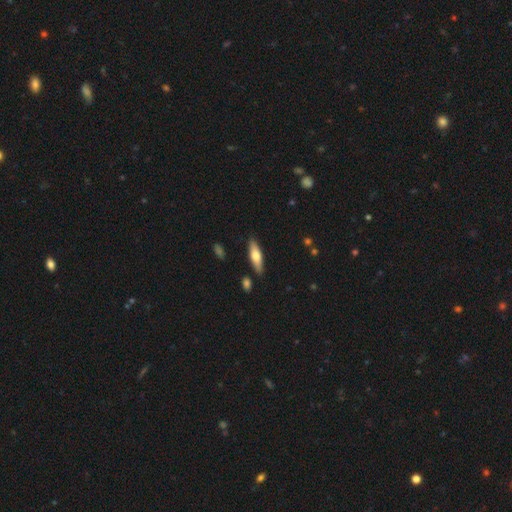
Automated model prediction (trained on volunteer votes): Q: Smooth or featured?
A: smooth (61%); runner-up: featured or disk (33%)
Q: How rounded?
A: cigar-shaped (56%); runner-up: in between (42%)
Q: Merging?
A: none (85%); runner-up: minor disturbance (10%)